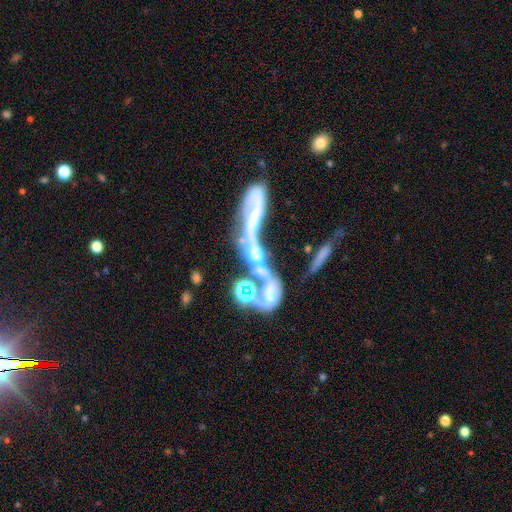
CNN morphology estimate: This appears to be a featured or disk galaxy (58%). Merging: merger (53%).